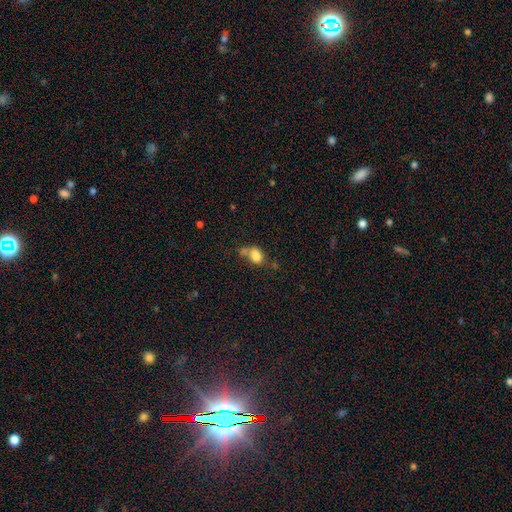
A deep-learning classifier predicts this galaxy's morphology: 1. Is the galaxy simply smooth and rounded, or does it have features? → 78% smooth, 11% star or artifact, 11% featured or disk.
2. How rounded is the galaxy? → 70% in between, 28% round, 2% cigar-shaped.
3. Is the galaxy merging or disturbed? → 37% merger, 34% none, 18% minor disturbance, 11% major disturbance.